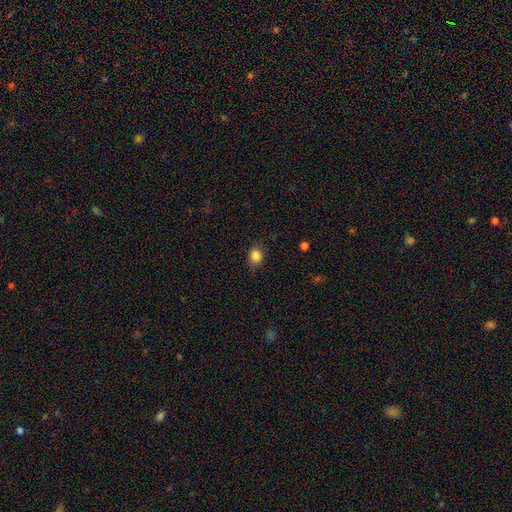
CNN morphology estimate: Smooth or featured?
  - smooth: 85% *
  - star or artifact: 10%
  - featured or disk: 5%
How rounded?
  - round: 52% *
  - in between: 46%
  - cigar-shaped: 1%
Merging?
  - none: 80% *
  - minor disturbance: 15%
  - major disturbance: 3%
  - merger: 1%